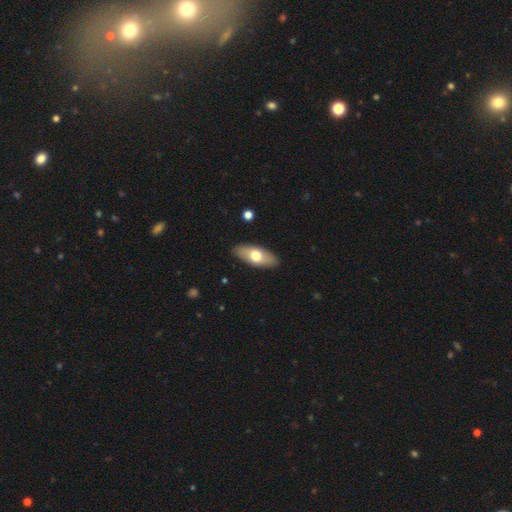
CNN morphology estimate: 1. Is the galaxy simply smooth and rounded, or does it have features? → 65% smooth, 30% featured or disk, 5% star or artifact.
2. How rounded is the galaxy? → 83% in between, 14% cigar-shaped, 3% round.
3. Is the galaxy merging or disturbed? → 89% none, 8% minor disturbance, 2% major disturbance, 1% merger.